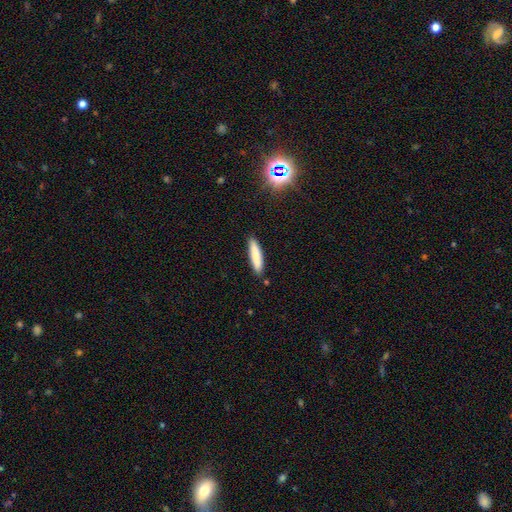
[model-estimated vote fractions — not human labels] smooth 82%, featured or disk 12%, star or artifact 6%. Down the decision tree: how rounded — cigar-shaped (83%); merging — none (88%).